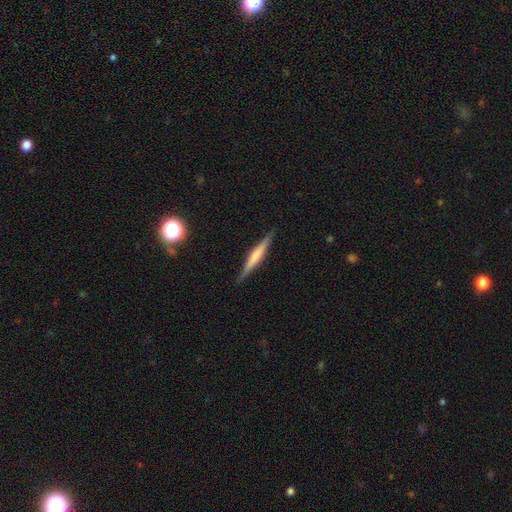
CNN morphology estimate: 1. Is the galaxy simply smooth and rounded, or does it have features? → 54% featured or disk, 40% smooth, 6% star or artifact.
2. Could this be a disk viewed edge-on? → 97% yes, 3% no.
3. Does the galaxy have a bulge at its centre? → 39% none, 38% rounded, 23% boxy.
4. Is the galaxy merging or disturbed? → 90% none, 7% minor disturbance, 2% major disturbance, 1% merger.